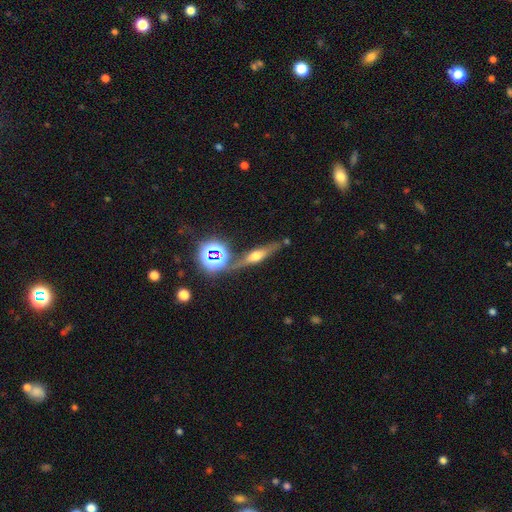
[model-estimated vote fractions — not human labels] Smooth or featured? featured or disk (53%)
Edge-on disk? yes (87%)
Merging? none (74%)